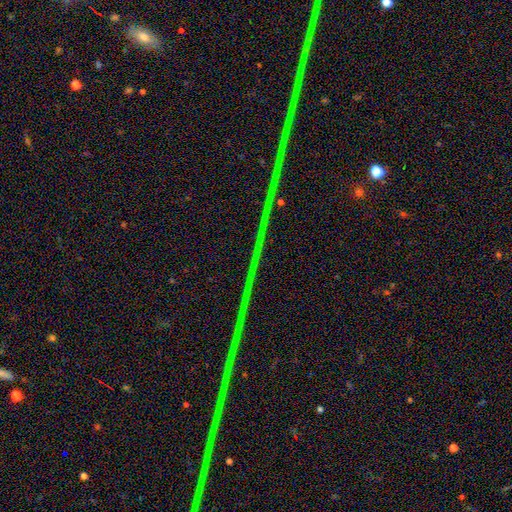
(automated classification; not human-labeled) Smooth or featured? star or artifact (90%)